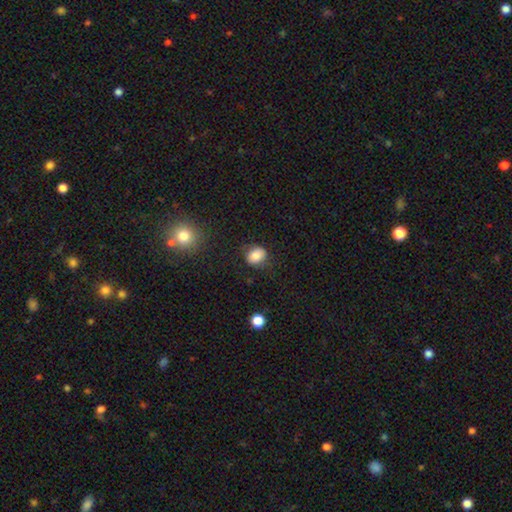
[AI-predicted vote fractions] Smooth or featured? Predicted: smooth (p=0.84). How rounded? Predicted: round (p=0.52). Merging? Predicted: none (p=0.77).